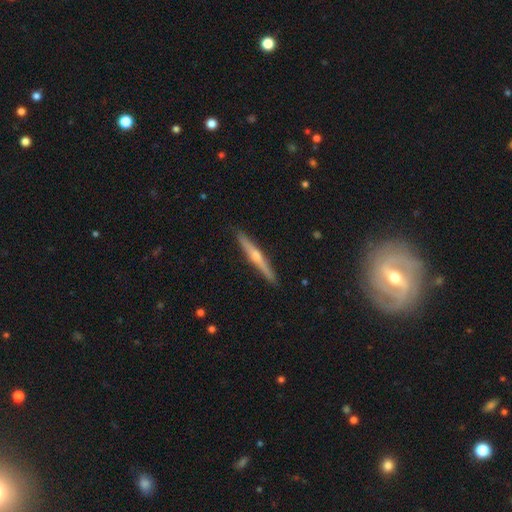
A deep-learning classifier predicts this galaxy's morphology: Smooth or featured: featured or disk — 70% (smooth — 25%)
Edge-on disk: yes — 98% (no — 2%)
Edge-on bulge: rounded — 82% (none — 13%)
Merging: none — 91% (minor disturbance — 6%)